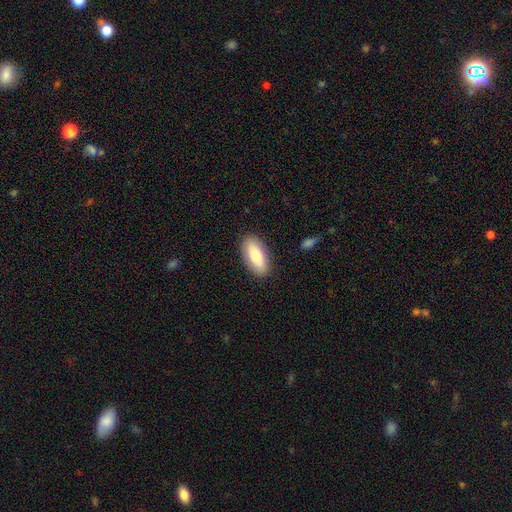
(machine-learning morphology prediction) smooth_or_featured: smooth (p=0.74) [alt: featured or disk p=0.20]
how_rounded: in between (p=0.87) [alt: cigar-shaped p=0.10]
merging: none (p=0.87) [alt: minor disturbance p=0.09]